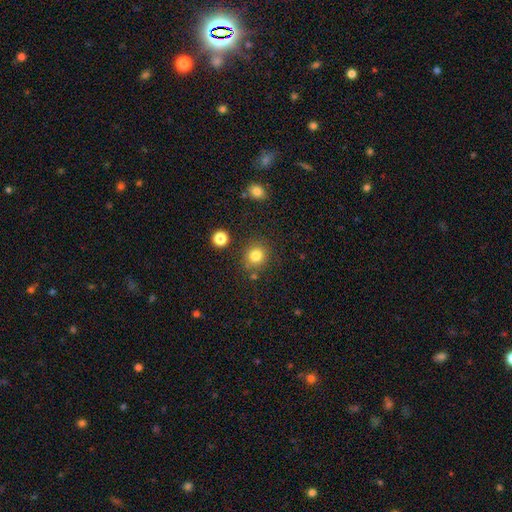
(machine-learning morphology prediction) A smooth galaxy with no disk features (81%) that is round (89%). Merging: none (82%).